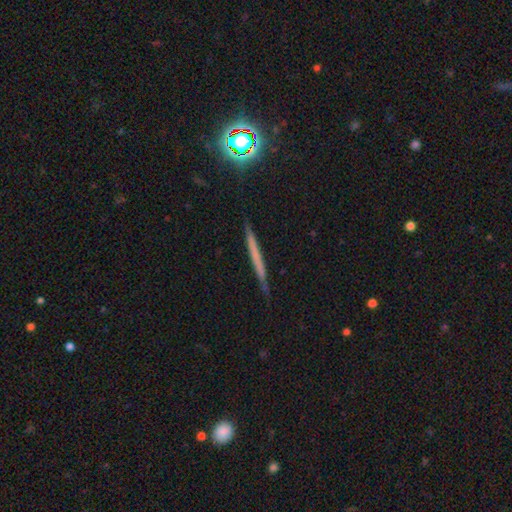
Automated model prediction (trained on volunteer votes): smooth 46%, featured or disk 42%, star or artifact 12%. Down the decision tree: merging — none (87%).